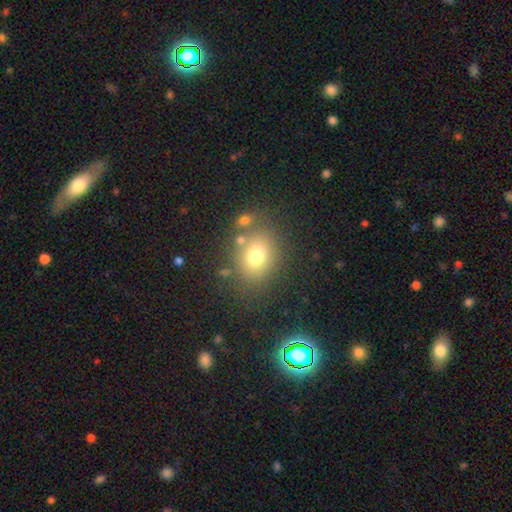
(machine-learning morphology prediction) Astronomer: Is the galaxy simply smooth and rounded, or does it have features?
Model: smooth — 73%.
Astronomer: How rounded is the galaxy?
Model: in between — 54% (runner-up: round, 45%).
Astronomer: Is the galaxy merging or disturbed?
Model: none — 73%.